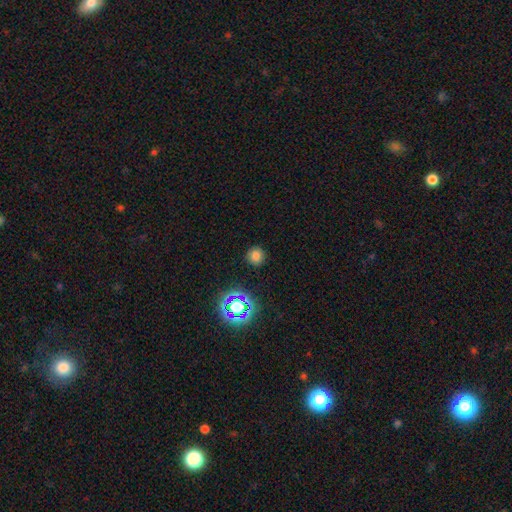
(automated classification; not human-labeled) smooth_or_featured: smooth (p=0.74) [alt: star or artifact p=0.20]
how_rounded: round (p=0.92) [alt: in between p=0.07]
merging: none (p=0.88) [alt: minor disturbance p=0.08]